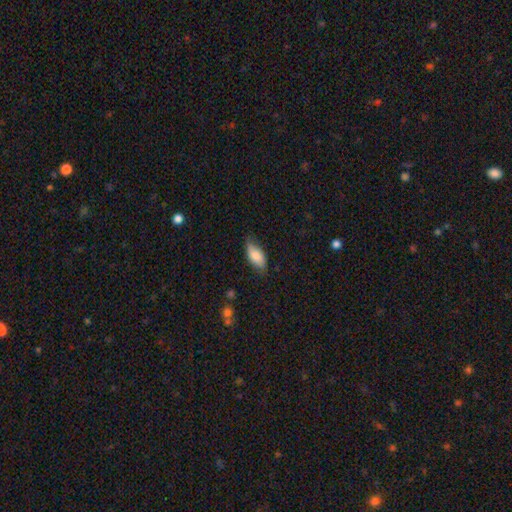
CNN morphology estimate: A smooth galaxy with no disk features (79%) that is in between round and cigar-shaped (89%).

Vote fractions:
- Smooth or featured? smooth: 79% / featured or disk: 15% / star or artifact: 6%
- How rounded? in between: 89% / cigar-shaped: 9% / round: 3%
- Merging? none: 72% / minor disturbance: 23% / major disturbance: 4% / merger: 1%